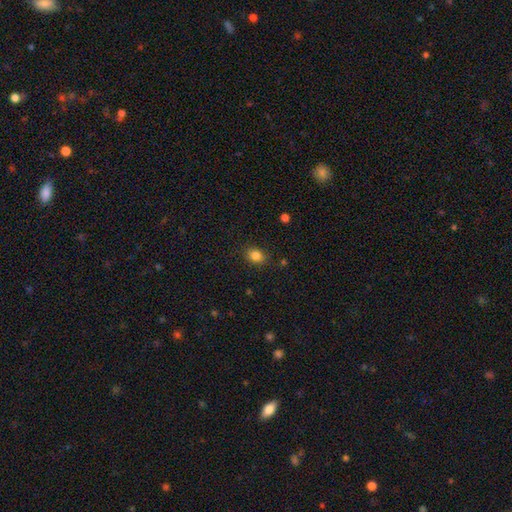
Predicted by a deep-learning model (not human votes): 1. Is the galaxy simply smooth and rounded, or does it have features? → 83% smooth, 11% star or artifact, 5% featured or disk.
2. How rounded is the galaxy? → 50% round, 49% in between, 1% cigar-shaped.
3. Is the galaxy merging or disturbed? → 86% none, 10% minor disturbance, 3% major disturbance, 1% merger.